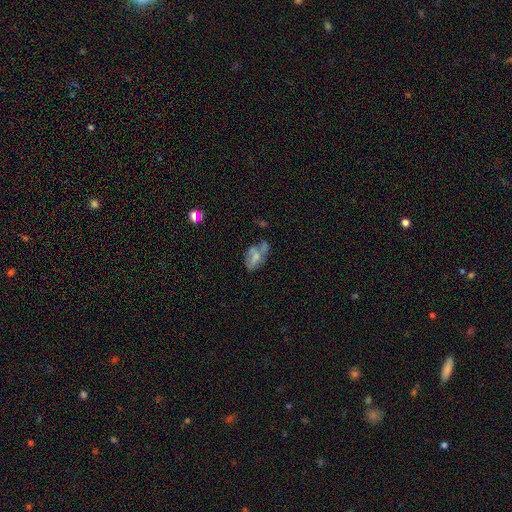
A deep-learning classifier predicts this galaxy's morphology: smooth-or-featured: smooth: 51% | featured or disk: 38% | star or artifact: 11%
  how-rounded: in between: 89% | round: 8% | cigar-shaped: 3%
  merging: none: 30% | merger: 24% | minor disturbance: 24% | major disturbance: 22%